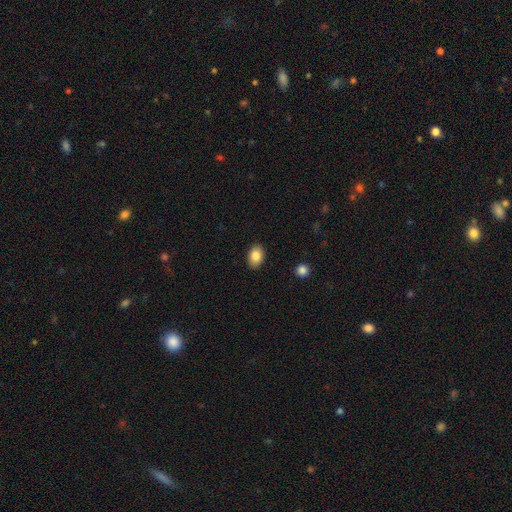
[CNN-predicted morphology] This is clearly a smooth galaxy (85%). How rounded: clearly in between (82%). Merging: clearly none (89%).